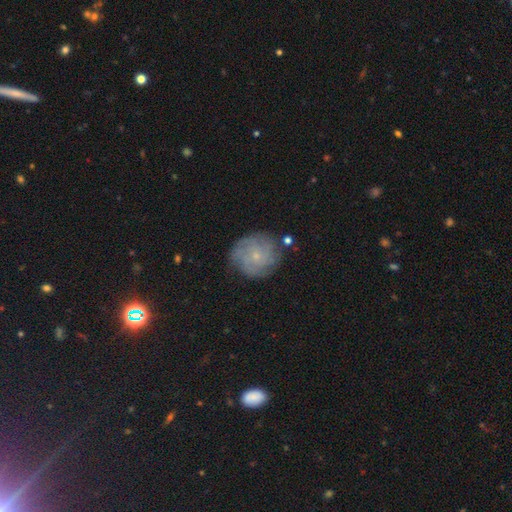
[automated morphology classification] This is likely a featured or disk galaxy (63%). It is clearly not viewed edge-on (97%). Bar: clearly no (81%). Spiral arm pattern: clearly yes (87%). Spiral arm count: marginally can't tell (41%). Spiral winding: likely tight (60%). Central bulge: clearly small (81%). Merging: likely none (76%).